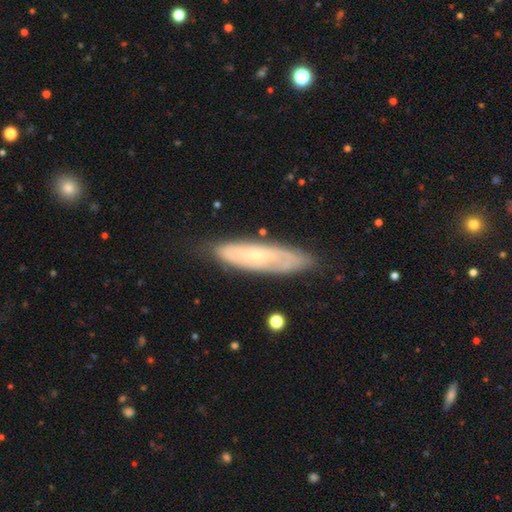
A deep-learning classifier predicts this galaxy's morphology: Smooth or featured? Predicted: featured or disk (p=0.58). Edge-on disk? Predicted: no (p=0.70). Merging? Predicted: none (p=0.76).